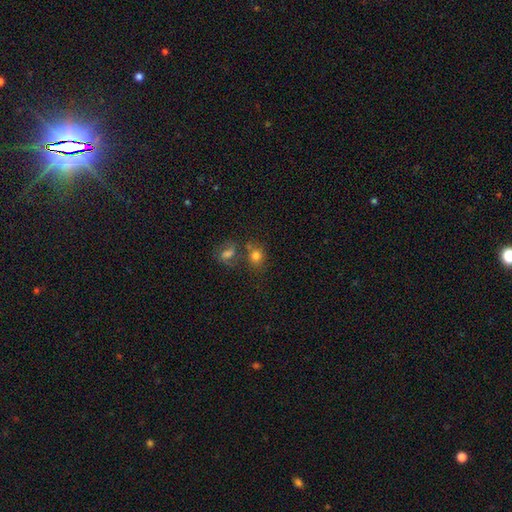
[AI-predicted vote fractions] Smooth or featured? smooth (75%)
How rounded? round (67%)
Merging? none (53%)